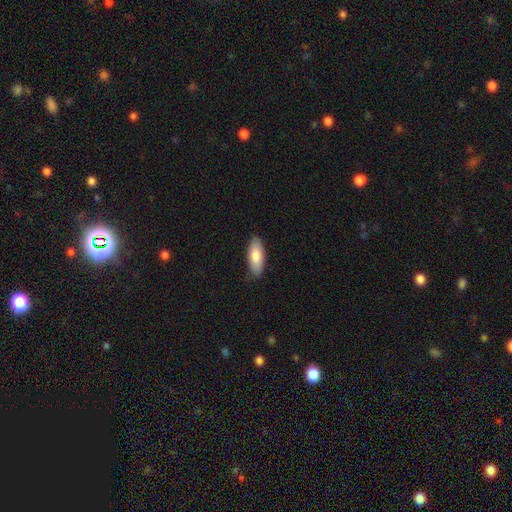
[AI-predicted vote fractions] This appears to be a smooth galaxy with no disk features (79%) that is in between round and cigar-shaped (78%). Merging: none (83%).